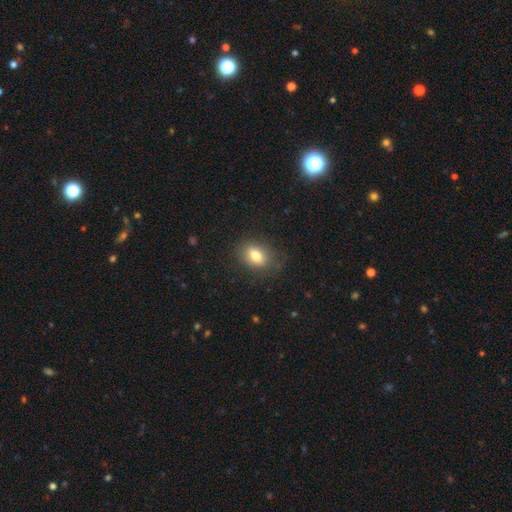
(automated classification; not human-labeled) The model was most divided on "how rounded": in between: 74%, round: 24%, cigar-shaped: 2%. More confident: merging — none (81%); smooth or featured — smooth (79%).